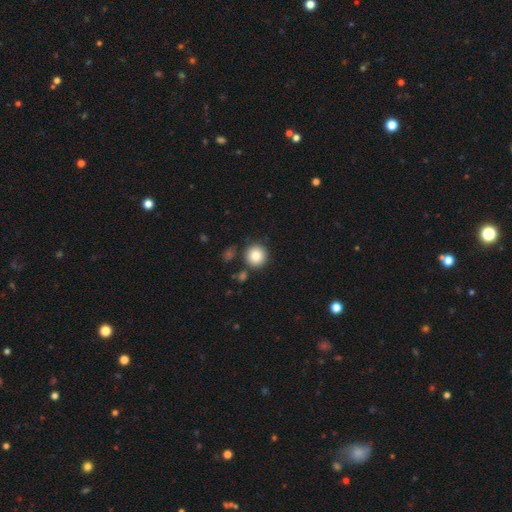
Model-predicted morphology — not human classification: Q: Smooth or featured?
A: smooth (85%); runner-up: star or artifact (9%)
Q: How rounded?
A: round (93%); runner-up: in between (6%)
Q: Merging?
A: none (84%); runner-up: minor disturbance (8%)